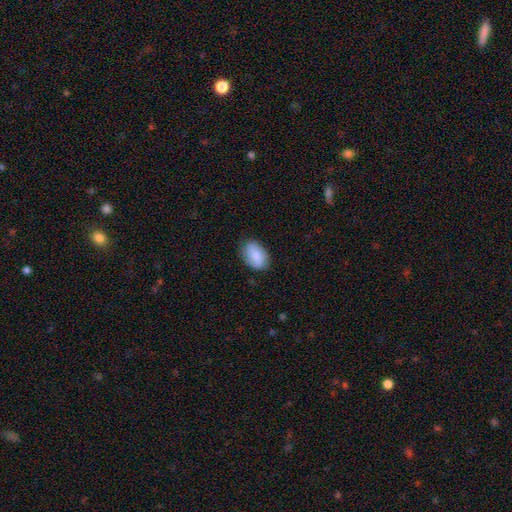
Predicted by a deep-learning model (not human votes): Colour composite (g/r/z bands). It shows a smooth galaxy with no disk features (81%) that is in between round and cigar-shaped (89%). Merging: none (80%).